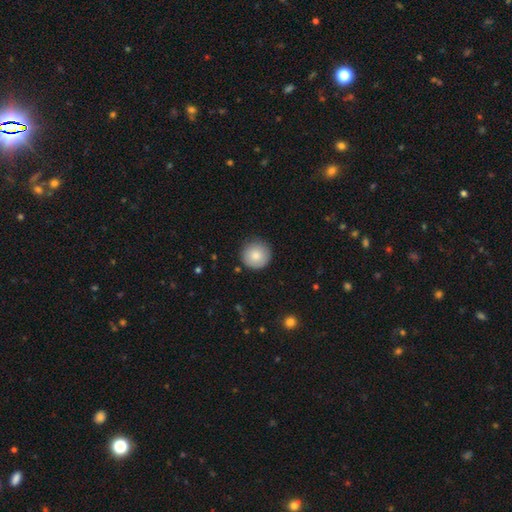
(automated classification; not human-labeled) Smooth or featured: smooth — 83% (featured or disk — 10%)
How rounded: round — 95% (in between — 4%)
Merging: none — 87% (minor disturbance — 10%)